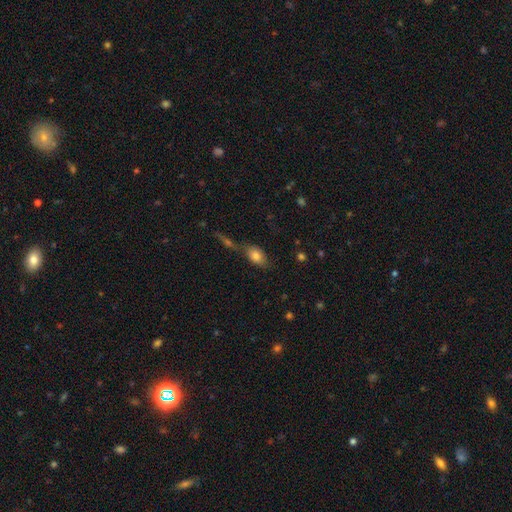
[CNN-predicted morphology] Smooth or featured: smooth — 78% (featured or disk — 13%)
How rounded: in between — 86% (round — 10%)
Merging: none — 47% (merger — 33%)